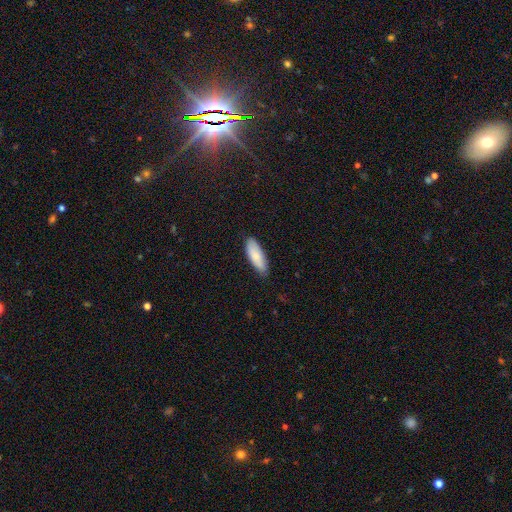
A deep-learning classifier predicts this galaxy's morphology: smooth_or_featured: smooth (p=0.81) [alt: featured or disk p=0.13]
how_rounded: in between (p=0.71) [alt: cigar-shaped p=0.28]
merging: none (p=0.82) [alt: minor disturbance p=0.15]